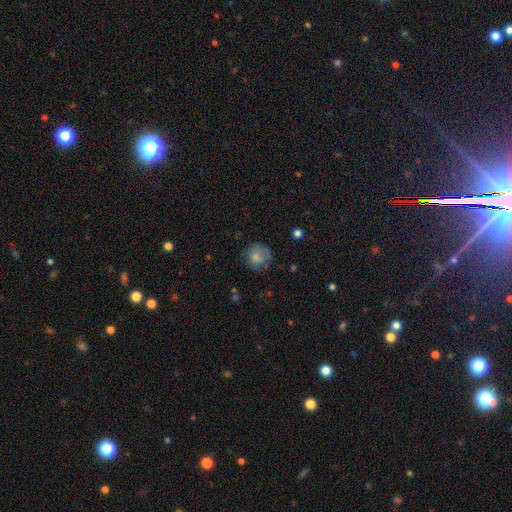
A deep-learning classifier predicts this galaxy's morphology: This is likely a smooth galaxy (69%). How rounded: clearly round (87%). Merging: likely none (70%).